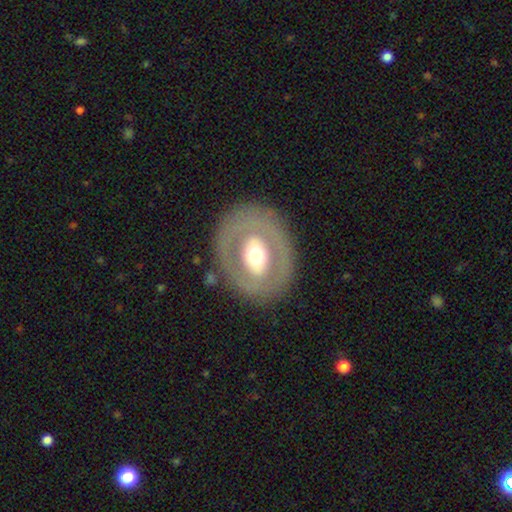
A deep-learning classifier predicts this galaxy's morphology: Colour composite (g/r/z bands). It shows a featured or disk galaxy (54%). Merging: none (82%).